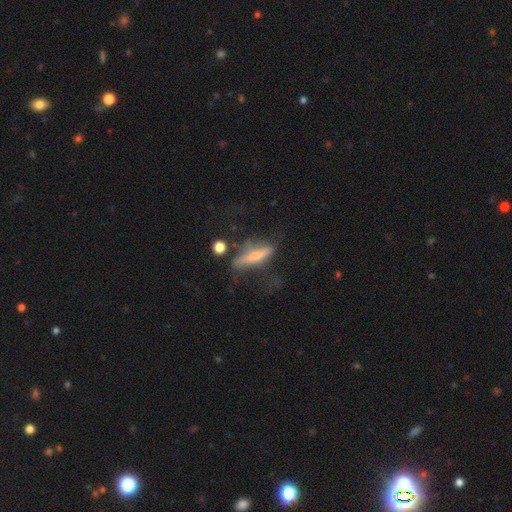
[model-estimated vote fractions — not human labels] A featured or disk galaxy (47%). Merging: none (50%).